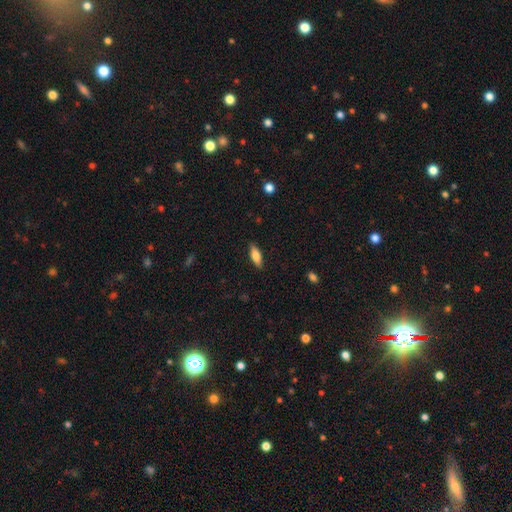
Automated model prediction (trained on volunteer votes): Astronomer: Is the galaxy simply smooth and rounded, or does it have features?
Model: smooth — 71%.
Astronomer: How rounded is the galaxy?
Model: in between — 61% (runner-up: cigar-shaped, 37%).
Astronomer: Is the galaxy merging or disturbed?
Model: none — 87%.